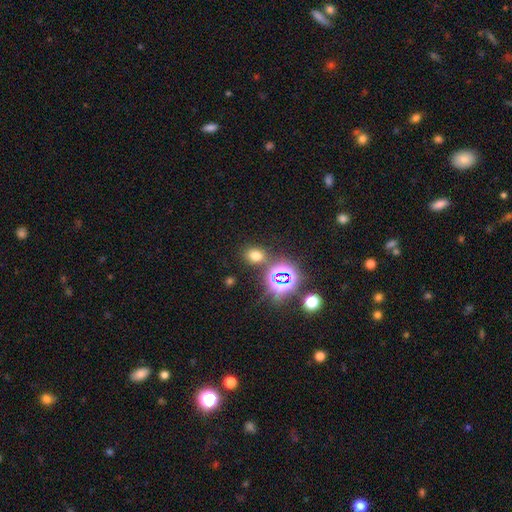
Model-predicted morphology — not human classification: This appears to be a smooth galaxy with no disk features (63%) that is in between round and cigar-shaped (53%). Merging: none (78%).